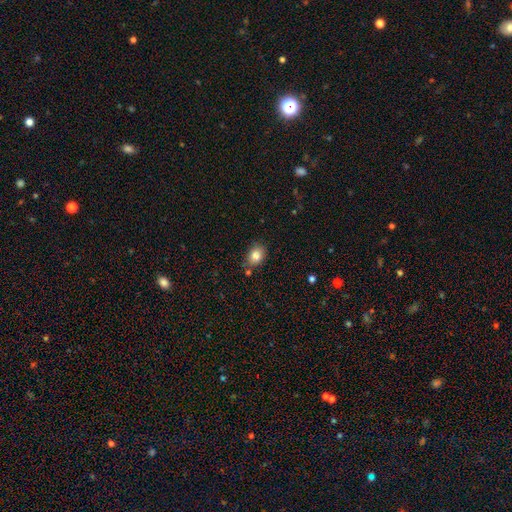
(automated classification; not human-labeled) Overall: smooth (82%). How rounded: in between (60%; round 39%). Merging: none (75%).